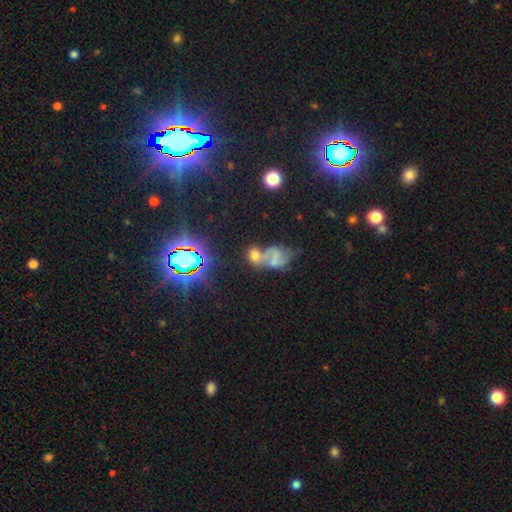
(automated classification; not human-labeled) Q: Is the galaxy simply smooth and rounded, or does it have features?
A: smooth — 41%.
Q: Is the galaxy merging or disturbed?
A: merger — 60%.